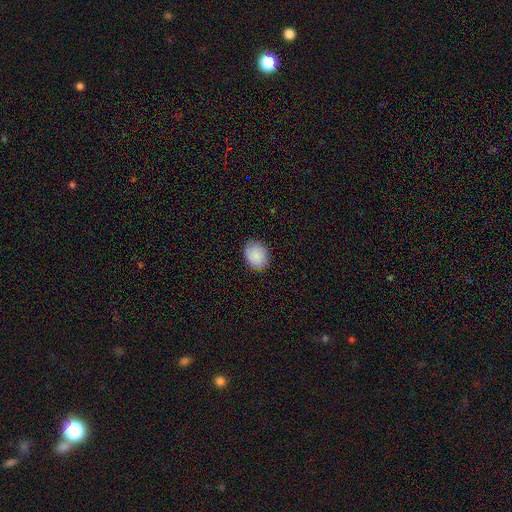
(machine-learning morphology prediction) This appears to be a smooth galaxy with no disk features (88%) that is in between round and cigar-shaped (53%). Merging: none (84%).